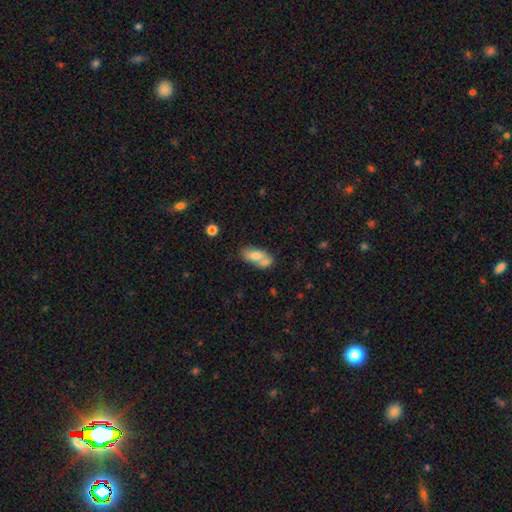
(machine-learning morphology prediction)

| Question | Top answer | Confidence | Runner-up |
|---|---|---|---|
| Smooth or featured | smooth | 68% | featured or disk (24%) |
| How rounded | in between | 85% | cigar-shaped (11%) |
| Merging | none | 42% | merger (37%) |